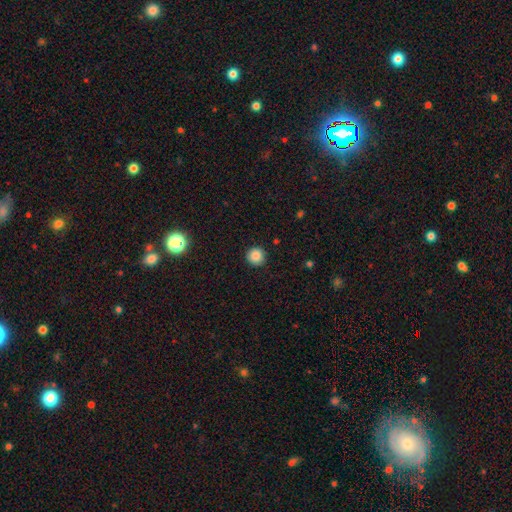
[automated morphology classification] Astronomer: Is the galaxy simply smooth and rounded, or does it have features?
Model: smooth — 86%.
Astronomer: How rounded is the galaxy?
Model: round — 94%.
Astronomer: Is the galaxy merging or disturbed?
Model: none — 90%.